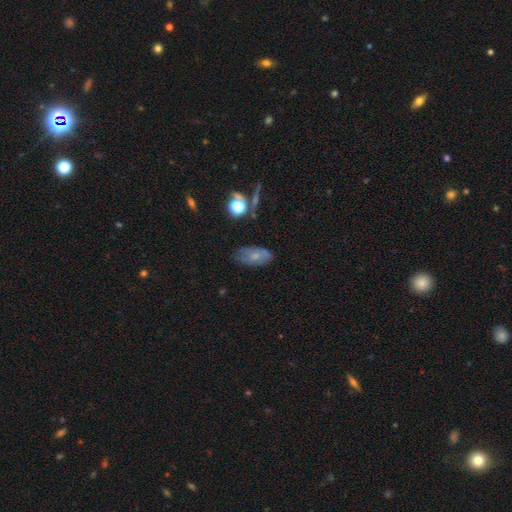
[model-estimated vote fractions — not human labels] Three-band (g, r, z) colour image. It shows a smooth galaxy with no disk features (62%) that is in between round and cigar-shaped (90%). Merging: none (66%).